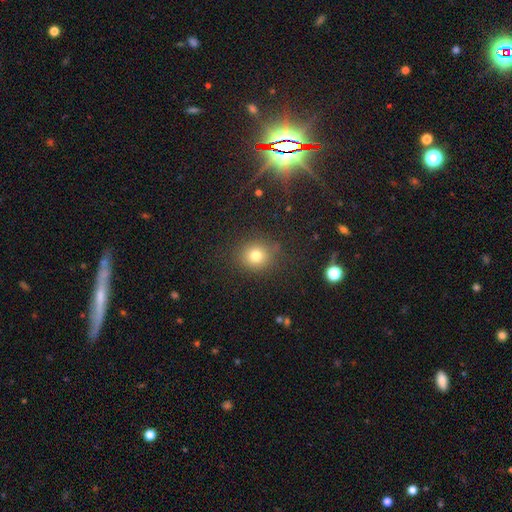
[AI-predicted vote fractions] A smooth galaxy with no disk features (76%) that is round (79%).

Vote fractions:
- Smooth or featured? smooth: 76% / star or artifact: 16% / featured or disk: 8%
- How rounded? round: 79% / in between: 20% / cigar-shaped: 1%
- Merging? none: 83% / minor disturbance: 11% / major disturbance: 4% / merger: 2%